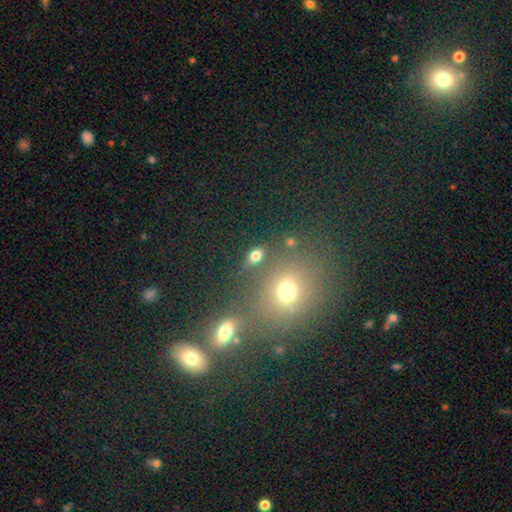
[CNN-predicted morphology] Smooth or featured?
  - smooth: 70% *
  - star or artifact: 17%
  - featured or disk: 13%
How rounded?
  - in between: 71% *
  - round: 23%
  - cigar-shaped: 6%
Merging?
  - none: 73% *
  - minor disturbance: 12%
  - merger: 9%
  - major disturbance: 6%